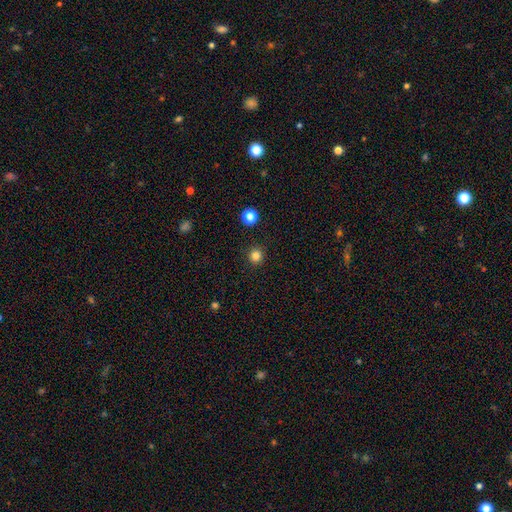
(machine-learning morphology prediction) Smooth or featured? Predicted: smooth (p=0.83). How rounded? Predicted: round (p=0.94). Merging? Predicted: none (p=0.92).